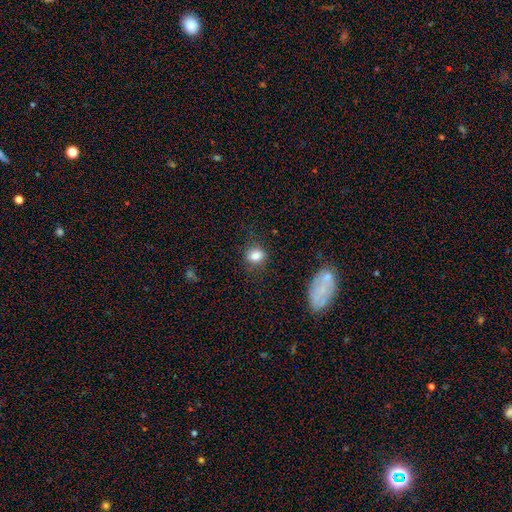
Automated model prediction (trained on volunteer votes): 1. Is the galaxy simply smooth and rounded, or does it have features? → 82% smooth, 11% star or artifact, 7% featured or disk.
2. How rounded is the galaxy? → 55% round, 43% in between, 2% cigar-shaped.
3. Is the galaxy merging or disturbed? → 75% none, 17% minor disturbance, 6% major disturbance, 2% merger.